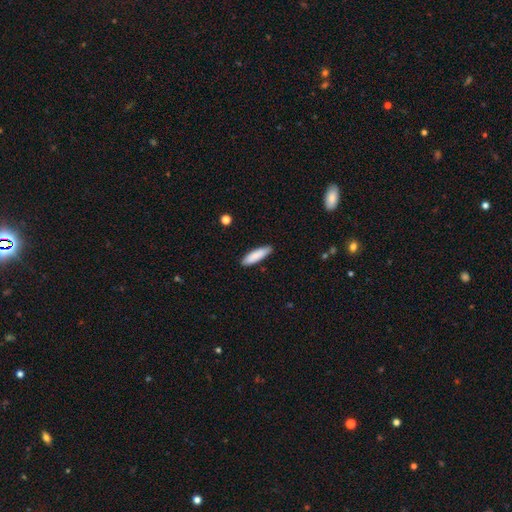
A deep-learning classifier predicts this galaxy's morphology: The model was most divided on "how rounded": cigar-shaped: 63%, in between: 36%, round: 1%. More confident: smooth or featured — smooth (87%); merging — none (87%).